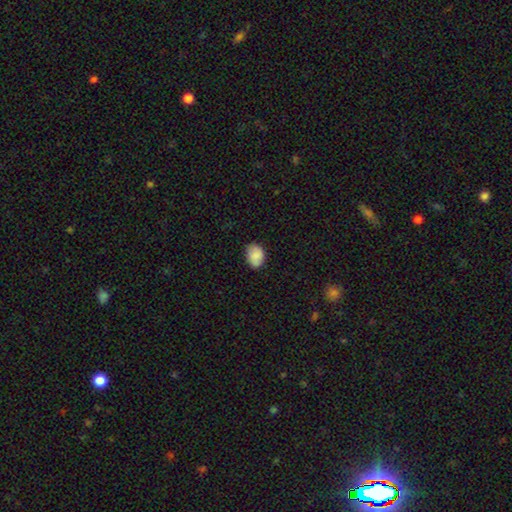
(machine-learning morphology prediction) The model was most divided on "how rounded": in between: 72%, round: 27%, cigar-shaped: 1%. More confident: smooth or featured — smooth (87%); merging — none (78%).